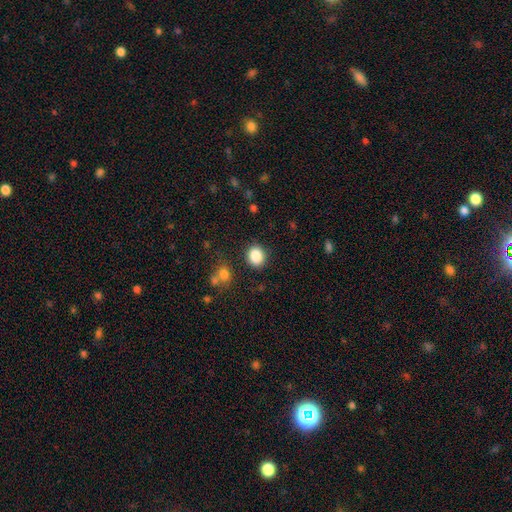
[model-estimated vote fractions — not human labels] Smooth or featured? Predicted: smooth (p=0.87). How rounded? Predicted: round (p=0.67). Merging? Predicted: none (p=0.85).